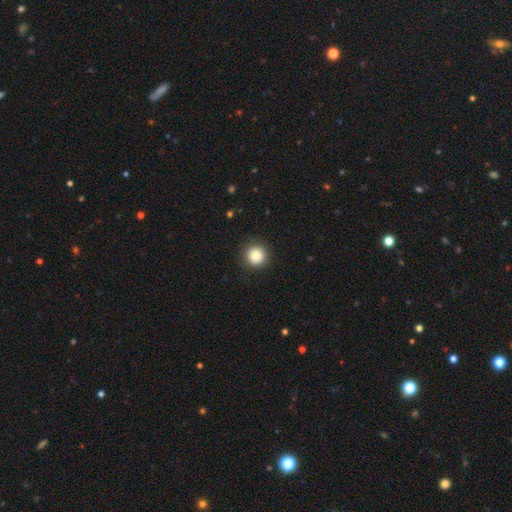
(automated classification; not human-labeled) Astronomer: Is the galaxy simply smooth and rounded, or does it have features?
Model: smooth — 85%.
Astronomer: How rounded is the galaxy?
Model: round — 95%.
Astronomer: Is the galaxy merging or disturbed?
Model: none — 91%.